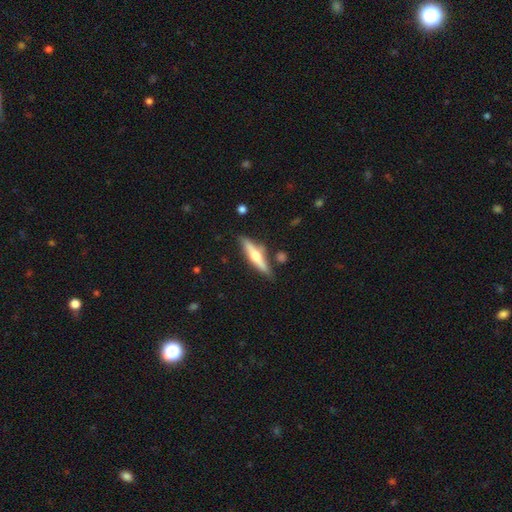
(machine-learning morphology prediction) A featured or disk galaxy (58%) viewed edge-on (95%) with a rounded central bulge (91%).

Vote fractions:
- Smooth or featured? featured or disk: 58% / smooth: 36% / star or artifact: 6%
- Edge-on disk? yes: 95% / no: 5%
- Edge-on bulge? rounded: 91% / none: 4% / boxy: 4%
- Merging? none: 78% / minor disturbance: 13% / merger: 6% / major disturbance: 3%